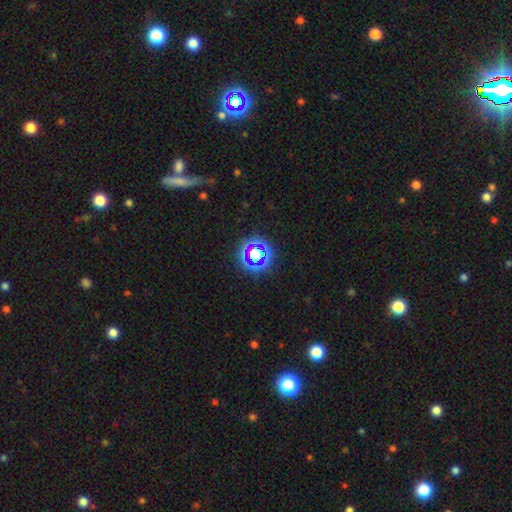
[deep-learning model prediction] A star or artifact, not a galaxy (60%).

Vote fractions:
- Smooth or featured? star or artifact: 60% / smooth: 28% / featured or disk: 12%